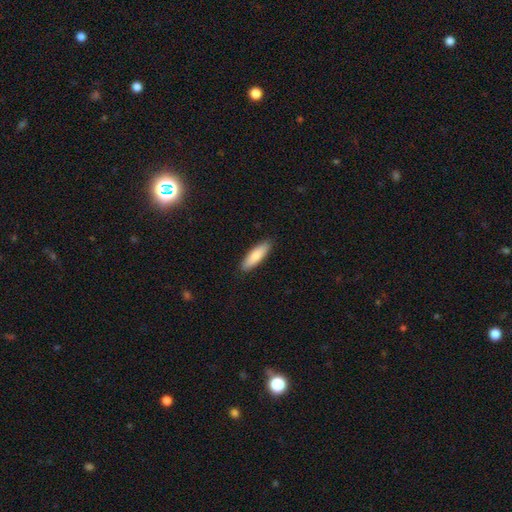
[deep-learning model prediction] smooth 81%, featured or disk 14%, star or artifact 5%. Down the decision tree: how rounded — cigar-shaped (54%); merging — none (90%).